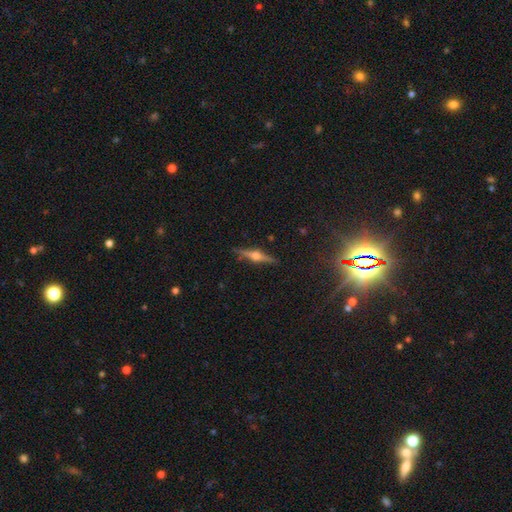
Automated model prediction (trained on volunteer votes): This appears to be a featured or disk galaxy (78%) viewed edge-on (98%) with a rounded central bulge (95%). Merging: none (90%).